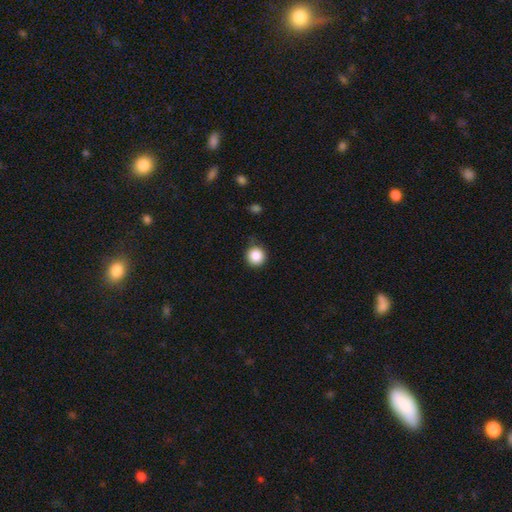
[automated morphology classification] A smooth galaxy with no disk features (87%) that is round (95%).

Vote fractions:
- Smooth or featured? smooth: 87% / star or artifact: 9% / featured or disk: 3%
- How rounded? round: 95% / in between: 4% / cigar-shaped: 1%
- Merging? none: 85% / minor disturbance: 11% / major disturbance: 3% / merger: 2%